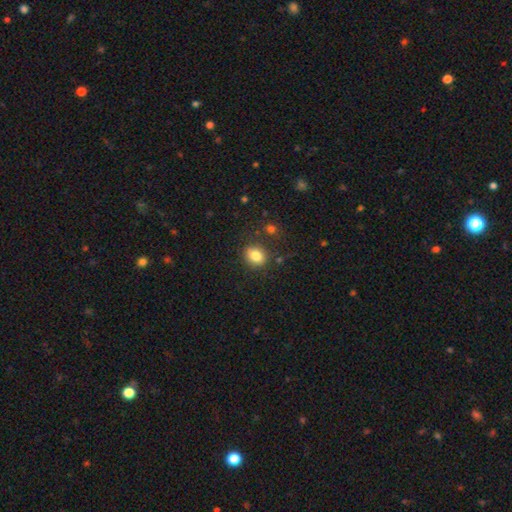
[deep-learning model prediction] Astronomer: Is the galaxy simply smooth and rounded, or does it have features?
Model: smooth — 83%.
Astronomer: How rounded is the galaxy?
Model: round — 54% (runner-up: in between, 45%).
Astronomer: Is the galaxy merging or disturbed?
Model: none — 81%.